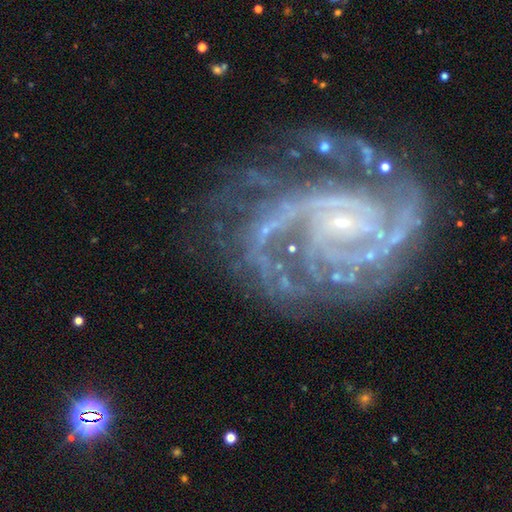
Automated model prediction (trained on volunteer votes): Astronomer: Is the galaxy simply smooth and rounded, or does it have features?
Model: featured or disk — 83%.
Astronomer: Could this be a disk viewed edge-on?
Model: no — 98%.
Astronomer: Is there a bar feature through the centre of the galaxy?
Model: no — 43% (runner-up: weak, 35%).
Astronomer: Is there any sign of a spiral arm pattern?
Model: yes — 94%.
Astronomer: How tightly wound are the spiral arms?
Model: tight — 51% (runner-up: medium, 35%).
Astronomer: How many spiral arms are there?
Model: can't tell — 24% (runner-up: 2, 21%).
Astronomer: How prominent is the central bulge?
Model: small — 76%.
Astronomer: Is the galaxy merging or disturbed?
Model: none — 51%.